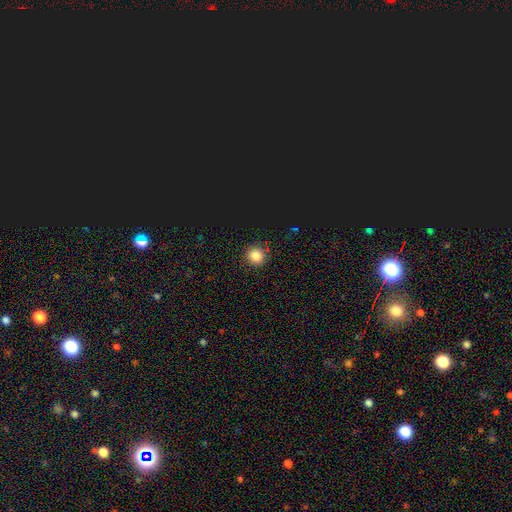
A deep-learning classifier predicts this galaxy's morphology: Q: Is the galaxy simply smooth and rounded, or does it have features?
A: smooth — 80%.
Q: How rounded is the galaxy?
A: round — 94%.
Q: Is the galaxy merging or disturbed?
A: none — 90%.